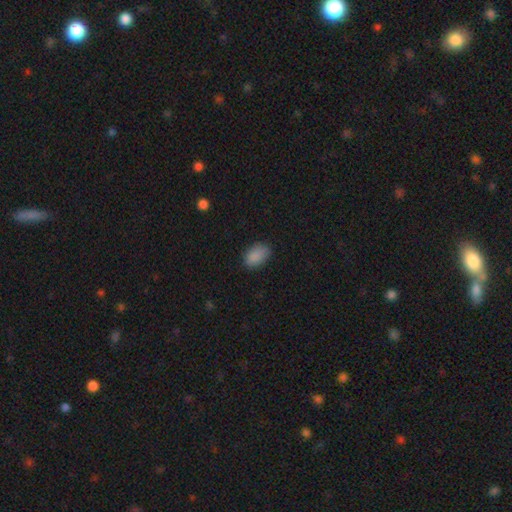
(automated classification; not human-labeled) A smooth galaxy with no disk features (88%) that is in between round and cigar-shaped (89%). Merging: none (79%).